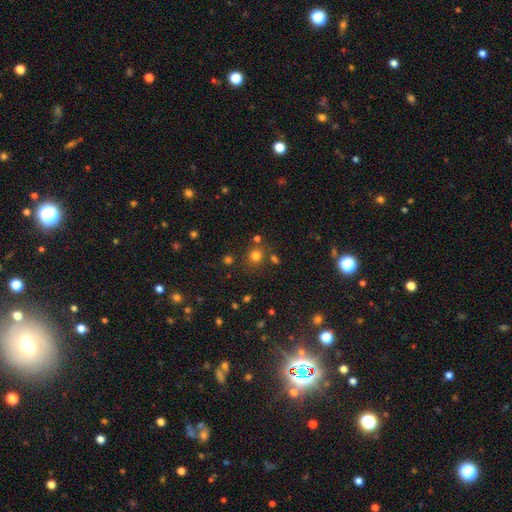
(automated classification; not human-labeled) smooth 74%, star or artifact 19%, featured or disk 6%. Down the decision tree: how rounded — round (85%); merging — none (77%).